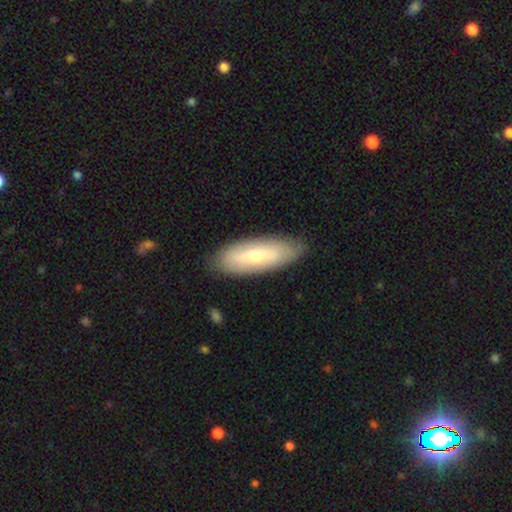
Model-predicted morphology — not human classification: Smooth or featured?
  - smooth: 54% *
  - featured or disk: 41%
  - star or artifact: 6%
How rounded?
  - in between: 69% *
  - cigar-shaped: 29%
  - round: 2%
Merging?
  - none: 84% *
  - minor disturbance: 12%
  - major disturbance: 3%
  - merger: 1%